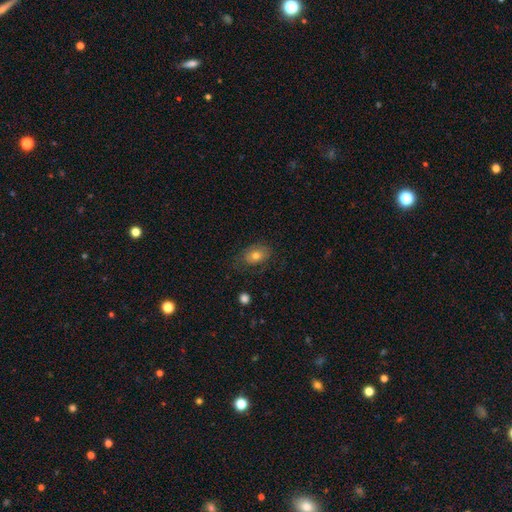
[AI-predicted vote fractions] A smooth galaxy with no disk features (70%) that is in between round and cigar-shaped (77%). Merging: none (70%).